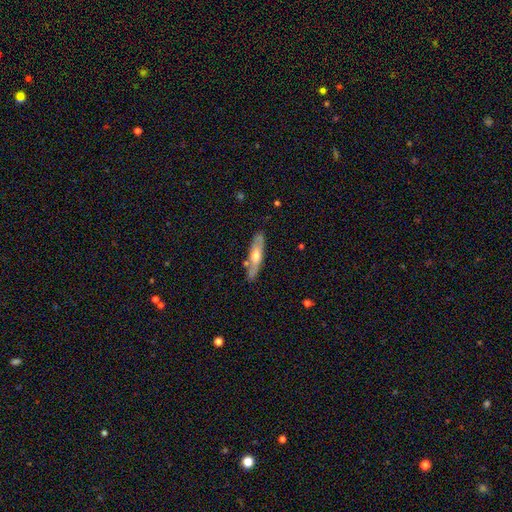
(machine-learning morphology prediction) A featured or disk galaxy (49%). Merging: none (77%).